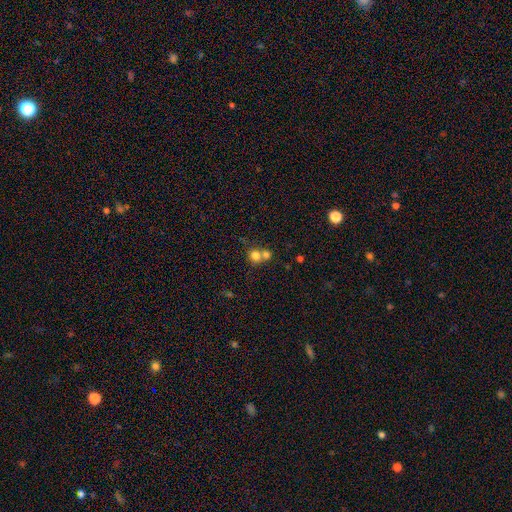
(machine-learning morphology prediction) smooth_or_featured: smooth (p=0.77) [alt: star or artifact p=0.12]
how_rounded: round (p=0.81) [alt: in between p=0.18]
merging: merger (p=0.54) [alt: none p=0.37]